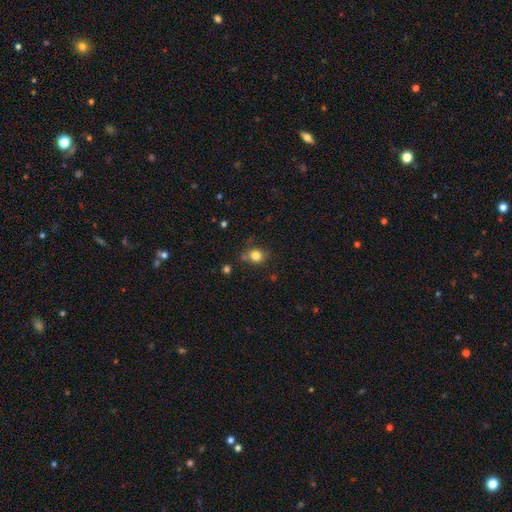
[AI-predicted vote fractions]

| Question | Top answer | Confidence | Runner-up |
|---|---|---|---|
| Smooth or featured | smooth | 81% | star or artifact (12%) |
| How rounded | round | 78% | in between (21%) |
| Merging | none | 71% | minor disturbance (16%) |